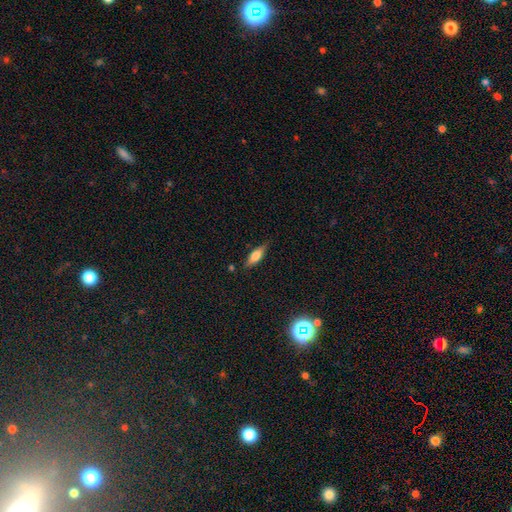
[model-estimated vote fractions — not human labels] The model was most divided on "how rounded": in between: 54%, cigar-shaped: 43%, round: 3%. More confident: merging — none (80%); smooth or featured — smooth (64%).